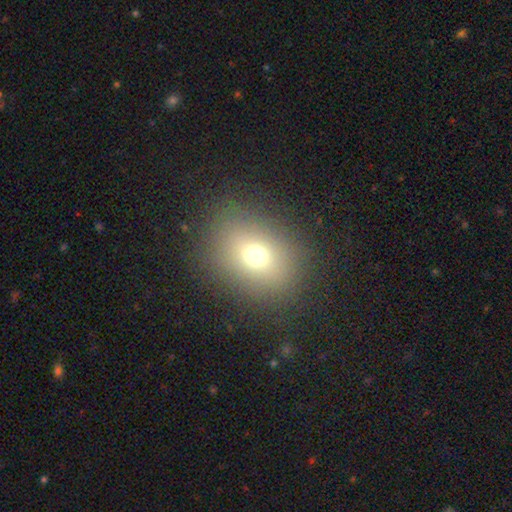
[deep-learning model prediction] Q: Smooth or featured?
A: smooth (70%); runner-up: star or artifact (17%)
Q: How rounded?
A: in between (55%); runner-up: round (44%)
Q: Merging?
A: none (84%); runner-up: minor disturbance (9%)